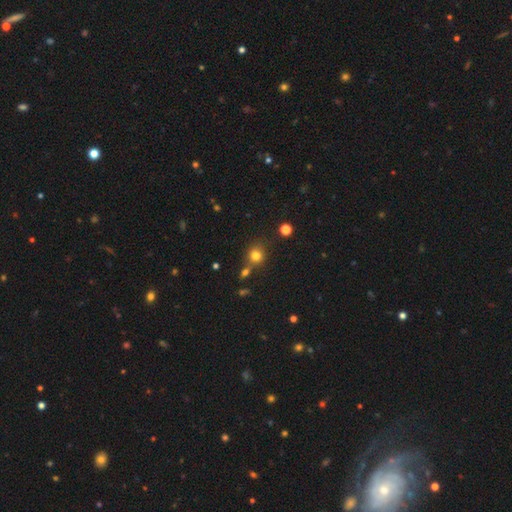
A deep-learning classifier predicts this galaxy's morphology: Smooth or featured?
  - smooth: 78% *
  - star or artifact: 15%
  - featured or disk: 8%
How rounded?
  - round: 84% *
  - in between: 15%
  - cigar-shaped: 1%
Merging?
  - none: 67% *
  - merger: 17%
  - minor disturbance: 12%
  - major disturbance: 4%